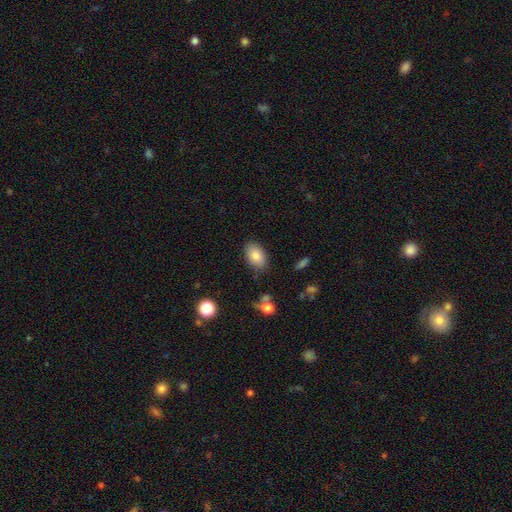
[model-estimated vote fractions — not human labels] smooth_or_featured: smooth (p=0.84) [alt: star or artifact p=0.08]
how_rounded: in between (p=0.90) [alt: round p=0.09]
merging: none (p=0.82) [alt: minor disturbance p=0.12]